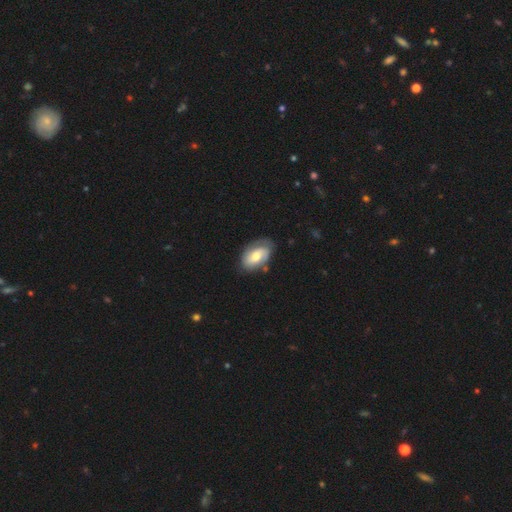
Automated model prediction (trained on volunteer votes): Smooth or featured: featured or disk — 51% (smooth — 43%)
Edge-on disk: no — 94% (yes — 6%)
Merging: none — 66% (minor disturbance — 24%)